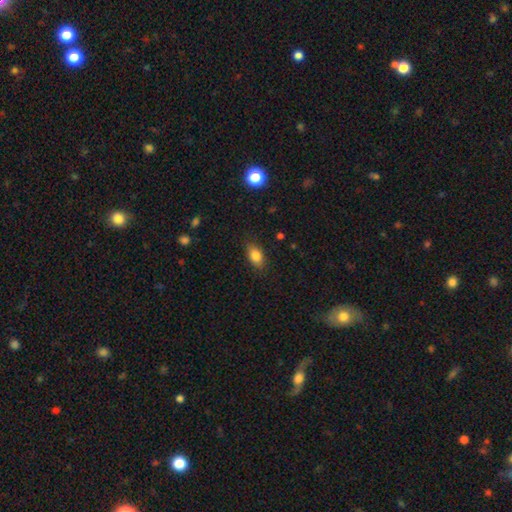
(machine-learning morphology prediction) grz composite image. It shows a smooth galaxy with no disk features (82%) that is in between round and cigar-shaped (87%). Merging: none (85%).